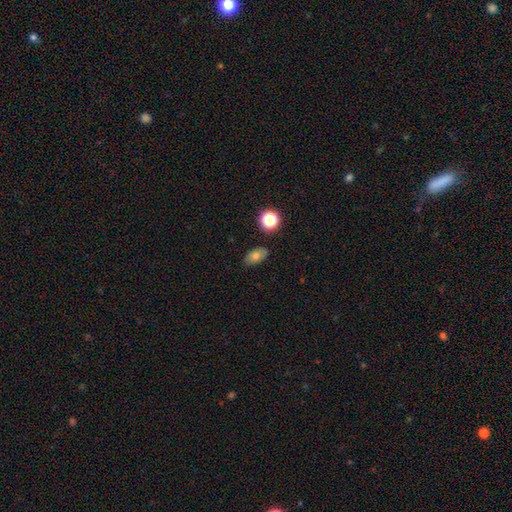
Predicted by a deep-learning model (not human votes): Smooth or featured?
  - smooth: 71% *
  - featured or disk: 16%
  - star or artifact: 13%
How rounded?
  - in between: 85% *
  - round: 12%
  - cigar-shaped: 3%
Merging?
  - none: 81% *
  - minor disturbance: 14%
  - major disturbance: 3%
  - merger: 2%